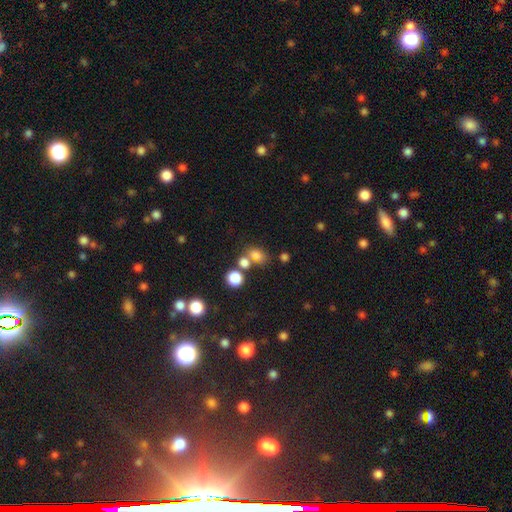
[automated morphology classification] smooth_or_featured: smooth (p=0.75) [alt: star or artifact p=0.16]
how_rounded: in between (p=0.60) [alt: round p=0.38]
merging: none (p=0.51) [alt: merger p=0.30]